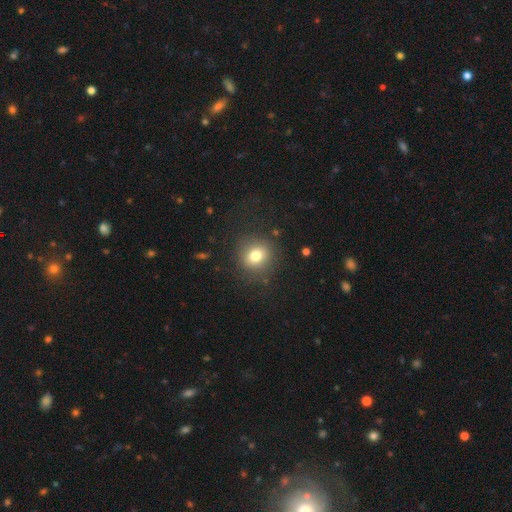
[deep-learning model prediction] The model was most divided on "smooth or featured": smooth: 77%, star or artifact: 13%, featured or disk: 10%. More confident: merging — none (84%); how rounded — round (82%).